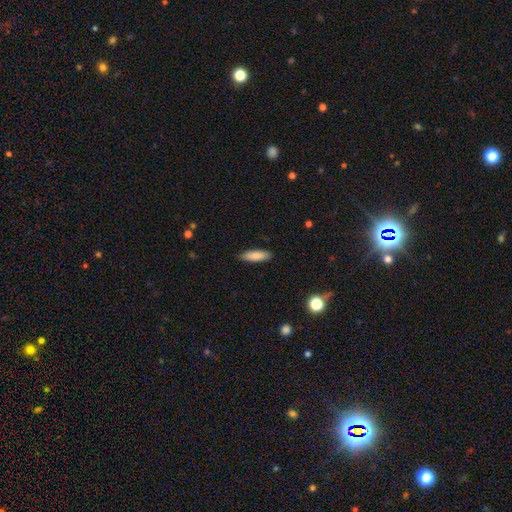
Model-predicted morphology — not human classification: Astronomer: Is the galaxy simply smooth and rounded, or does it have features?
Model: smooth — 84%.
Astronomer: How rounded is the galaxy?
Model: in between — 51% (runner-up: cigar-shaped, 47%).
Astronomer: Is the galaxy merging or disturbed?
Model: none — 85%.